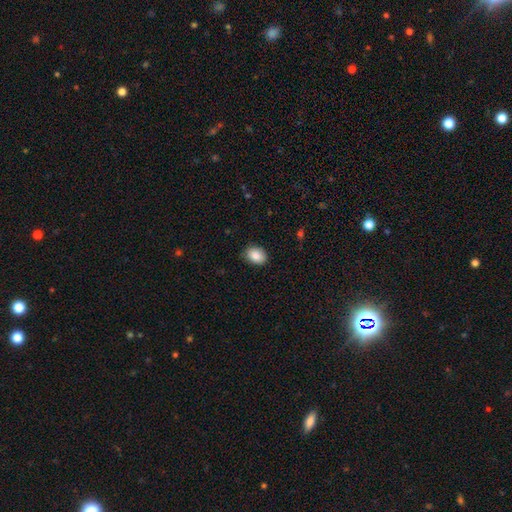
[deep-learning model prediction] Morphology: type=smooth (87%); roundness=in between (71%); merging=none (83%).